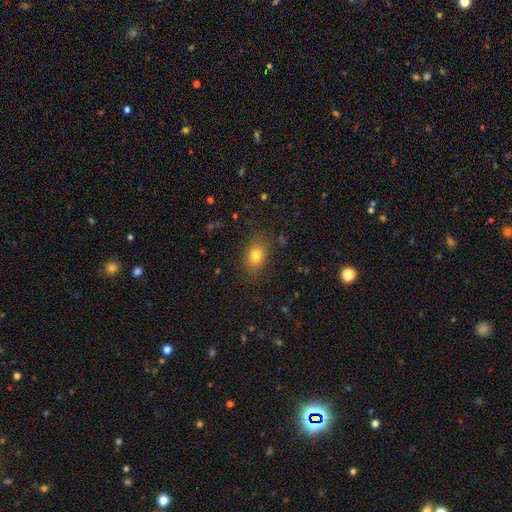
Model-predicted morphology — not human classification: This is likely a smooth galaxy (79%). How rounded: likely in between (66%). Merging: clearly none (84%).